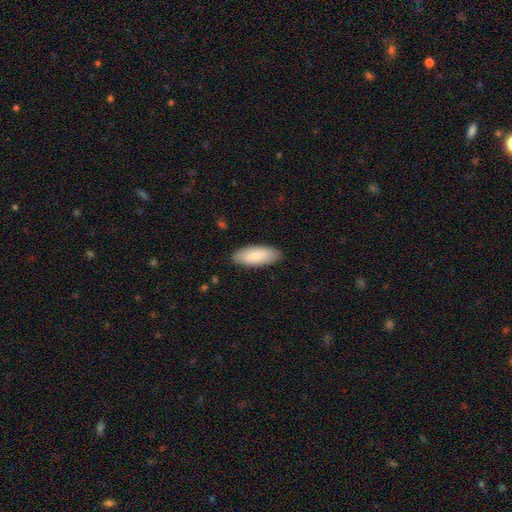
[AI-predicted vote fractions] Q: Smooth or featured?
A: smooth (77%); runner-up: featured or disk (18%)
Q: How rounded?
A: in between (80%); runner-up: cigar-shaped (19%)
Q: Merging?
A: none (86%); runner-up: minor disturbance (11%)